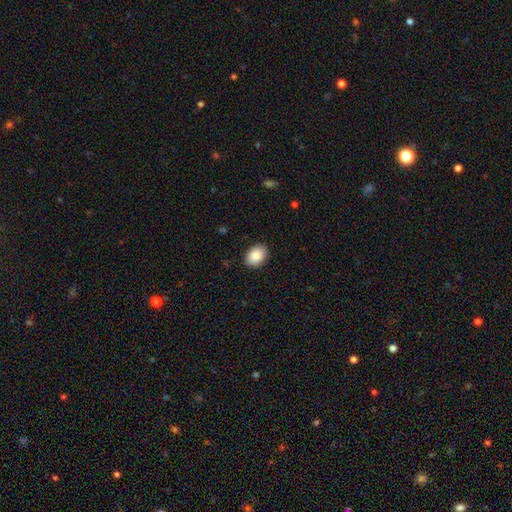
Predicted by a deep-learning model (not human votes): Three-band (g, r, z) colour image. It shows a smooth galaxy with no disk features (89%) that is in between round and cigar-shaped (75%). Merging: none (89%).